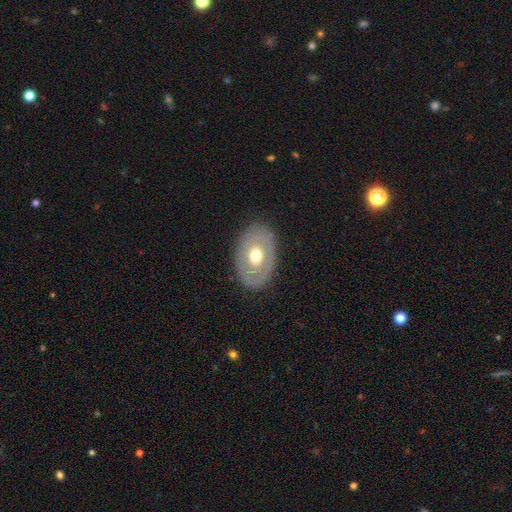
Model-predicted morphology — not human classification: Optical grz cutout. It shows a featured or disk galaxy (52%). Merging: none (83%).